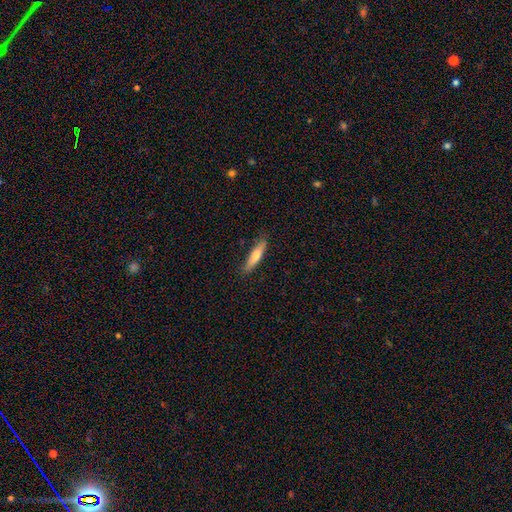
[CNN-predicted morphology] Q: Smooth or featured?
A: smooth (66%); runner-up: featured or disk (28%)
Q: How rounded?
A: cigar-shaped (83%); runner-up: in between (15%)
Q: Merging?
A: none (86%); runner-up: minor disturbance (11%)